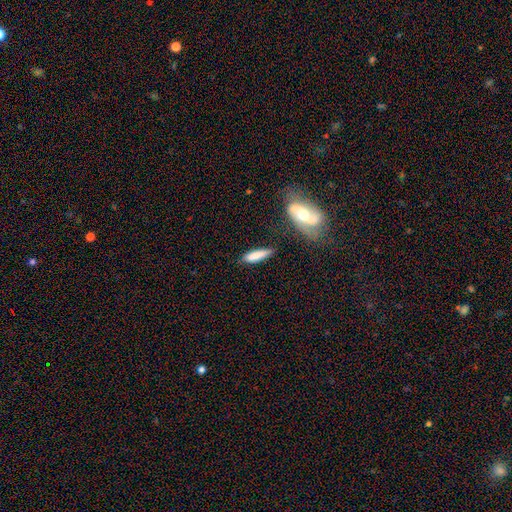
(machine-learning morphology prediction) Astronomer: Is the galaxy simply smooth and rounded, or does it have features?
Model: smooth — 78%.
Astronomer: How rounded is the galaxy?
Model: cigar-shaped — 75%.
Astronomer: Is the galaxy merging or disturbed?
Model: none — 68%.